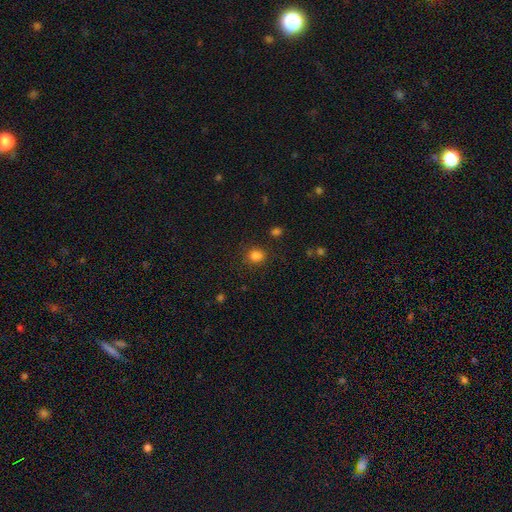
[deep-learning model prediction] The model was most divided on "how rounded": round: 69%, in between: 30%, cigar-shaped: 1%. More confident: smooth or featured — smooth (81%); merging — none (80%).